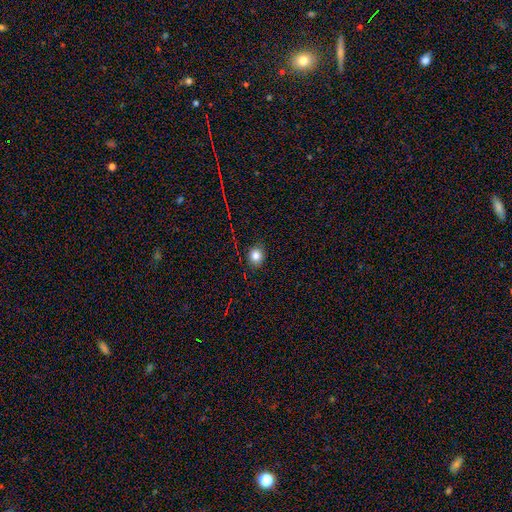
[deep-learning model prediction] Overall: smooth (81%). How rounded: round (67%; in between 32%). Merging: none (86%).